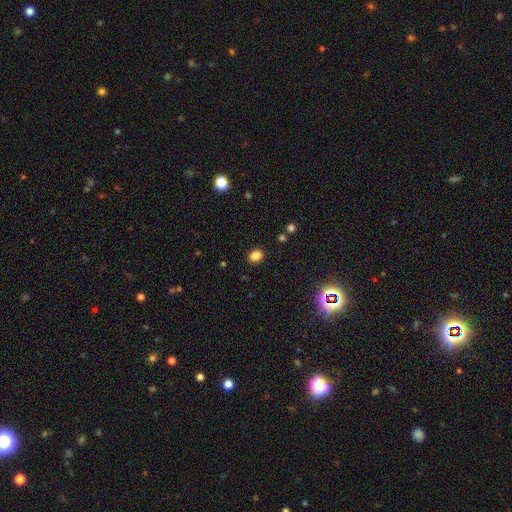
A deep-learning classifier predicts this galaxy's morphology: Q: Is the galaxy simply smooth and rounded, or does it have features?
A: smooth — 83%.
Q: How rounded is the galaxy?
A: in between — 55%.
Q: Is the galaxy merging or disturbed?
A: none — 88%.